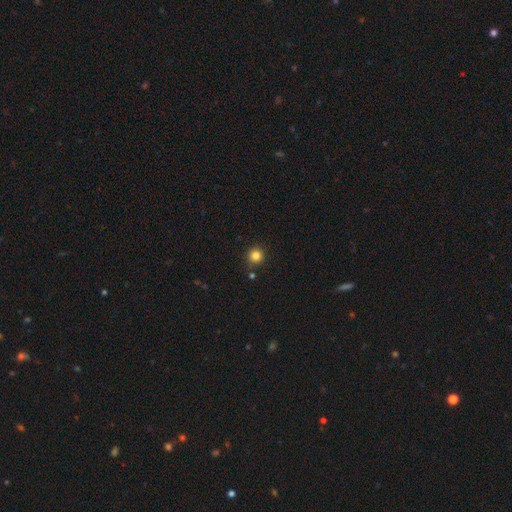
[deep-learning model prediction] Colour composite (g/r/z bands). It shows a smooth galaxy with no disk features (83%) that is round (94%). Merging: none (86%).